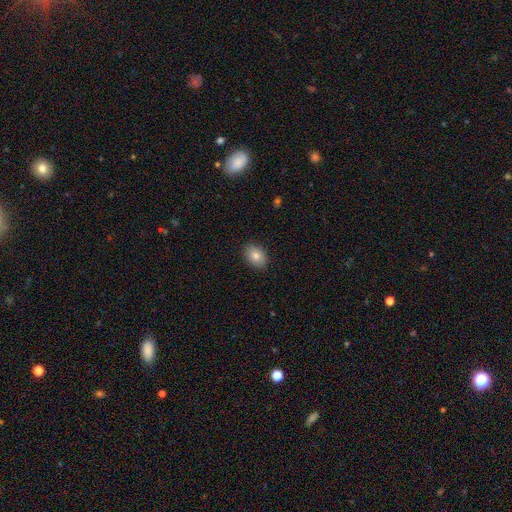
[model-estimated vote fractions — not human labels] Overall: smooth (82%). How rounded: in between (77%). Merging: none (89%).